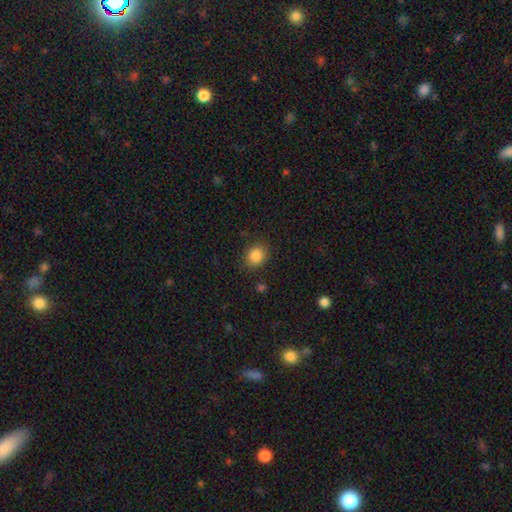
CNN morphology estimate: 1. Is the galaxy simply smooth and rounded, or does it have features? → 86% smooth, 10% star or artifact, 5% featured or disk.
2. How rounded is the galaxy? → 59% round, 40% in between, 1% cigar-shaped.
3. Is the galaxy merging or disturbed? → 85% none, 10% minor disturbance, 3% major disturbance, 2% merger.